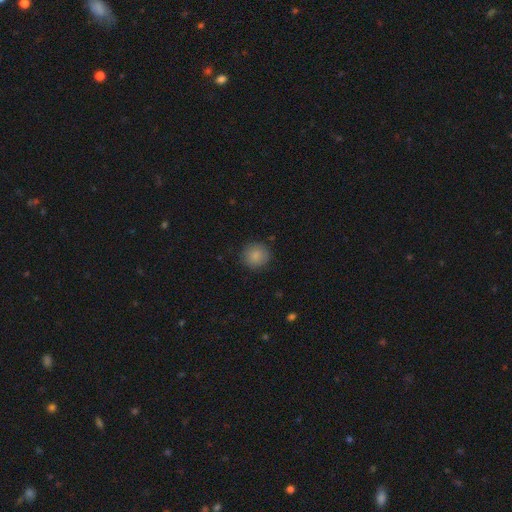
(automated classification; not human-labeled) The model was most divided on "smooth or featured": smooth: 86%, star or artifact: 9%, featured or disk: 5%. More confident: how rounded — round (92%); merging — none (89%).